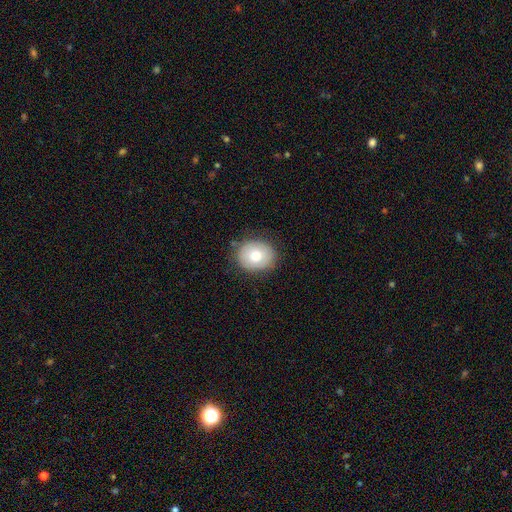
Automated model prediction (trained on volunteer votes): A smooth galaxy with no disk features (75%) that is round (60%).

Vote fractions:
- Smooth or featured? smooth: 75% / featured or disk: 17% / star or artifact: 8%
- How rounded? round: 60% / in between: 39% / cigar-shaped: 1%
- Merging? none: 82% / minor disturbance: 13% / major disturbance: 3% / merger: 1%